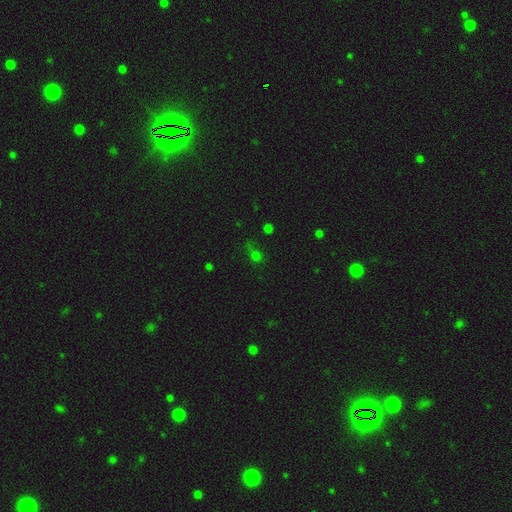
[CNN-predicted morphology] Smooth or featured? smooth (54%)
How rounded? round (73%)
Merging? none (57%)